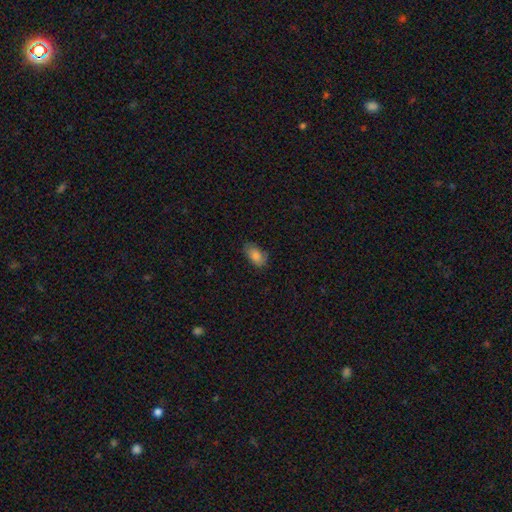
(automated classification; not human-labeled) Smooth or featured: smooth — 82% (featured or disk — 10%)
How rounded: in between — 92% (round — 6%)
Merging: none — 70% (minor disturbance — 24%)